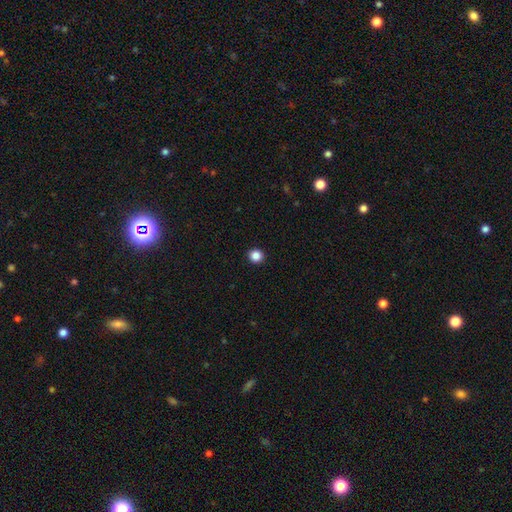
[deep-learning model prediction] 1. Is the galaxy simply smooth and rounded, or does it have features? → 86% smooth, 11% star or artifact, 3% featured or disk.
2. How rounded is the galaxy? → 93% round, 6% in between, 1% cigar-shaped.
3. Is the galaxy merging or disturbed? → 93% none, 4% minor disturbance, 1% major disturbance, 1% merger.